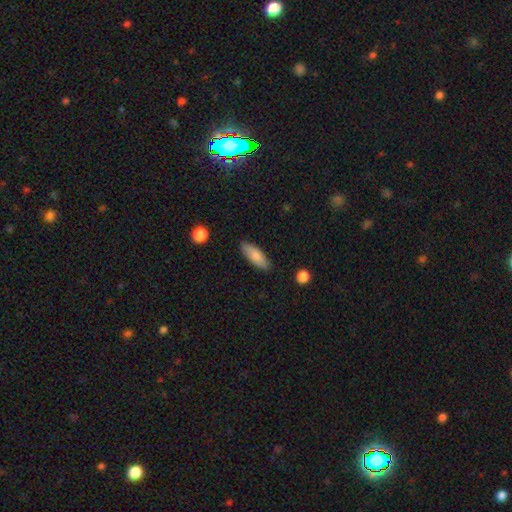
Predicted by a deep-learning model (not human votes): Smooth or featured? Predicted: smooth (p=0.84). How rounded? Predicted: in between (p=0.68). Merging? Predicted: none (p=0.83).